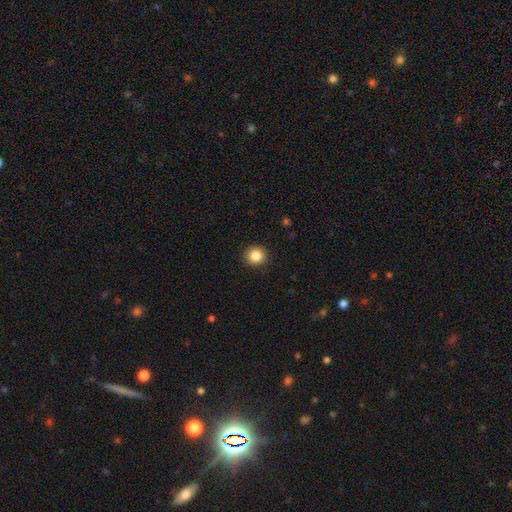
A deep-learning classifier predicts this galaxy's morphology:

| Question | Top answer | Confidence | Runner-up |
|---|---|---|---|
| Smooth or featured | smooth | 86% | star or artifact (10%) |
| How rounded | round | 91% | in between (8%) |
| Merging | none | 92% | minor disturbance (5%) |